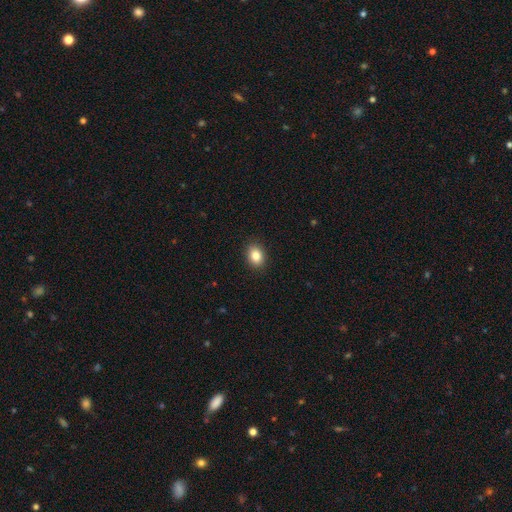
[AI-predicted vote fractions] This appears to be a smooth galaxy with no disk features (85%) that is in between round and cigar-shaped (64%). Merging: none (90%).